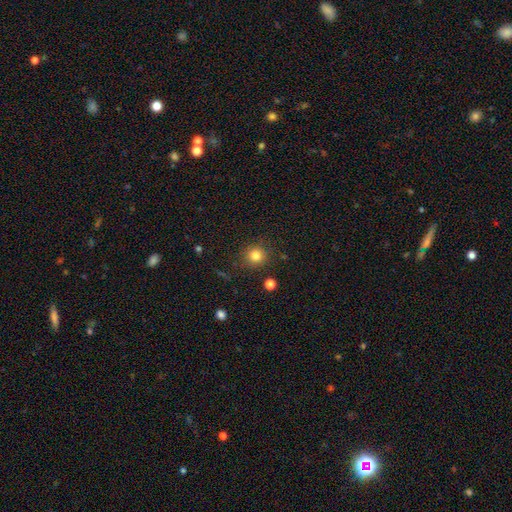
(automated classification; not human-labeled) This is clearly a smooth galaxy (81%). How rounded: clearly round (90%). Merging: clearly none (87%).